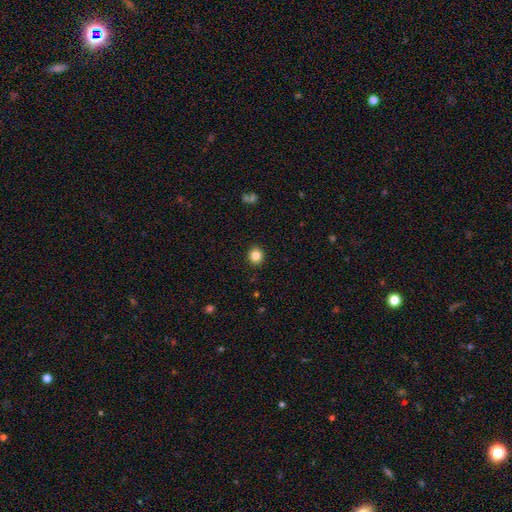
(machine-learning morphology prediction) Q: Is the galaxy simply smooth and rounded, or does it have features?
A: smooth — 85%.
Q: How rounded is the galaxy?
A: round — 85%.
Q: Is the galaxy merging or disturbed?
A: none — 92%.